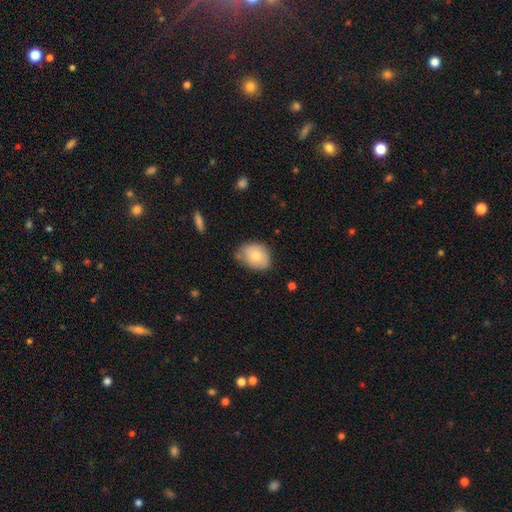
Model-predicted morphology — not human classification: smooth-or-featured: smooth: 75% | featured or disk: 18% | star or artifact: 7%
  how-rounded: in between: 59% | round: 40% | cigar-shaped: 1%
  merging: none: 65% | minor disturbance: 27% | major disturbance: 5% | merger: 3%